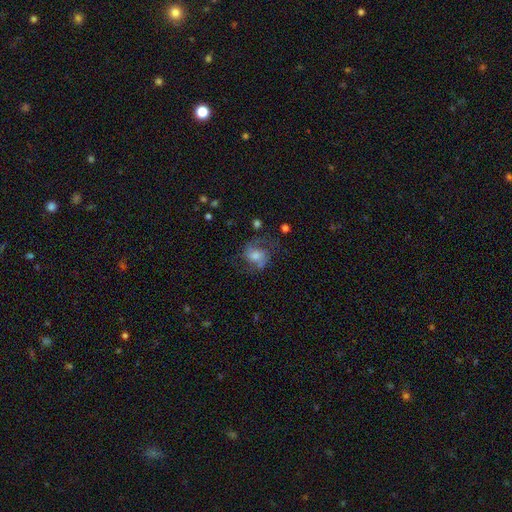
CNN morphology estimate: A featured or disk galaxy (62%) with no bar (56%), 2 (81%) medium (50%) spiral arms (88%) and a moderate central bulge (46%).

Vote fractions:
- Smooth or featured? featured or disk: 62% / smooth: 25% / star or artifact: 13%
- Edge-on disk? no: 97% / yes: 3%
- Bar? no: 56% / weak: 35% / strong: 9%
- Spiral arms? yes: 88% / no: 12%
- Spiral winding? medium: 50% / loose: 34% / tight: 16%
- Spiral arm count? 2: 81% / can't tell: 9% / 1: 4% / 3: 3% / 4: 1% / more than 4: 1%
- Bulge size? moderate: 46% / small: 29% / large: 14% / none: 8% / dominant: 2%
- Merging? none: 61% / minor disturbance: 19% / major disturbance: 17% / merger: 3%